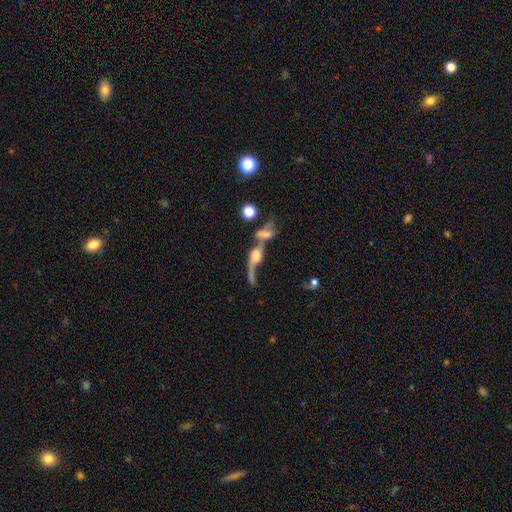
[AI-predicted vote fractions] Q: Smooth or featured?
A: featured or disk (62%); runner-up: smooth (26%)
Q: Edge-on disk?
A: no (72%); runner-up: yes (28%)
Q: Merging?
A: merger (59%); runner-up: major disturbance (17%)